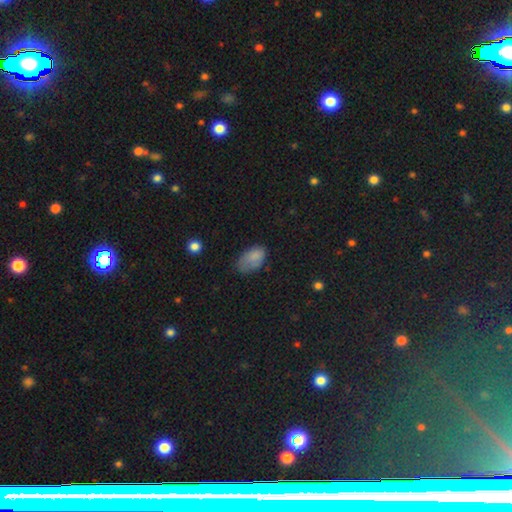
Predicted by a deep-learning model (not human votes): Smooth or featured? smooth (80%)
How rounded? in between (92%)
Merging? none (46%)